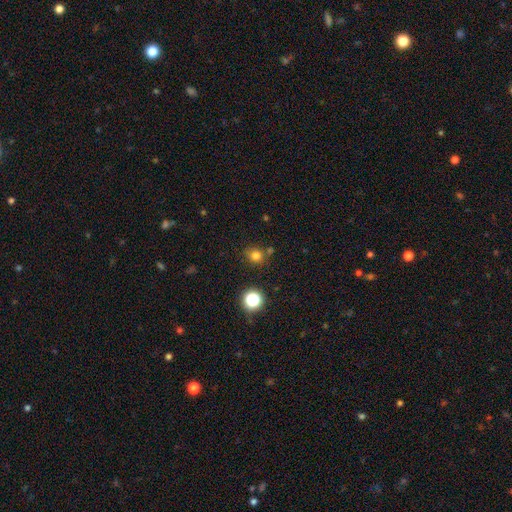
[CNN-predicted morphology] A smooth galaxy with no disk features (76%) that is round (77%). Merging: none (75%).